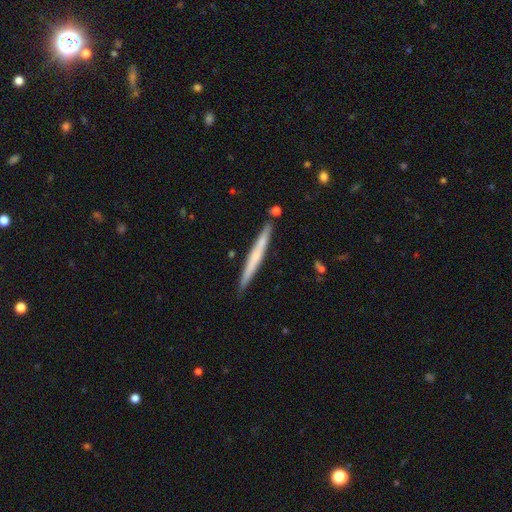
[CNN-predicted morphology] Smooth or featured: smooth — 48% (featured or disk — 46%)
Merging: none — 88% (minor disturbance — 8%)